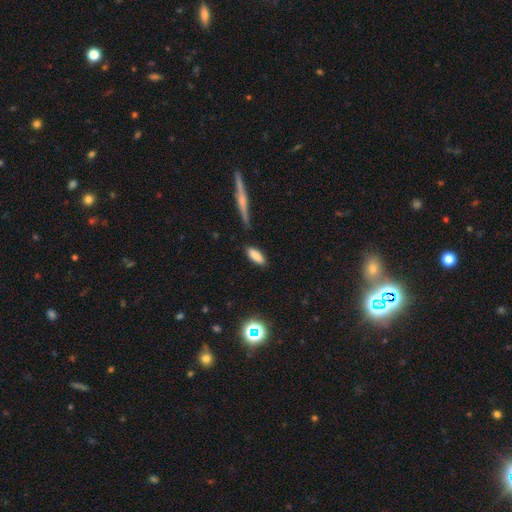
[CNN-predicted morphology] smooth_or_featured: smooth (p=0.84) [alt: star or artifact p=0.08]
how_rounded: in between (p=0.67) [alt: cigar-shaped p=0.30]
merging: none (p=0.85) [alt: minor disturbance p=0.11]